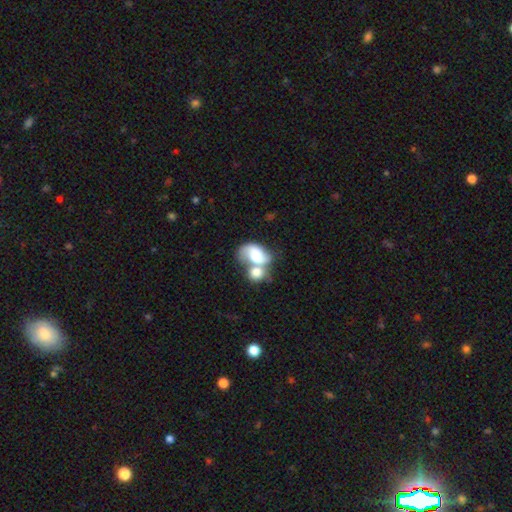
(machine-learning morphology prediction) Smooth or featured? smooth (49%)
Merging? merger (71%)